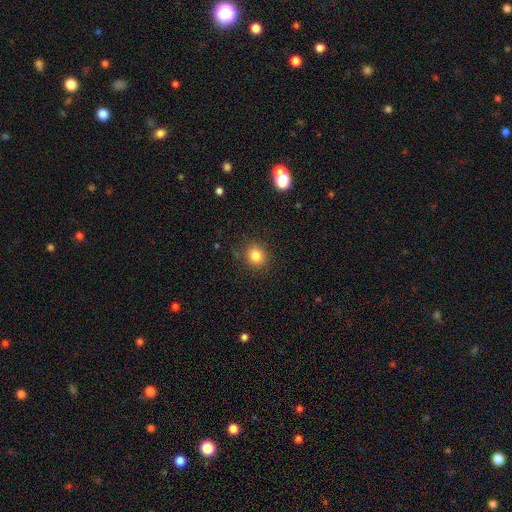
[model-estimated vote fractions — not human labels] smooth 83%, star or artifact 11%, featured or disk 6%. Down the decision tree: how rounded — round (77%); merging — none (84%).